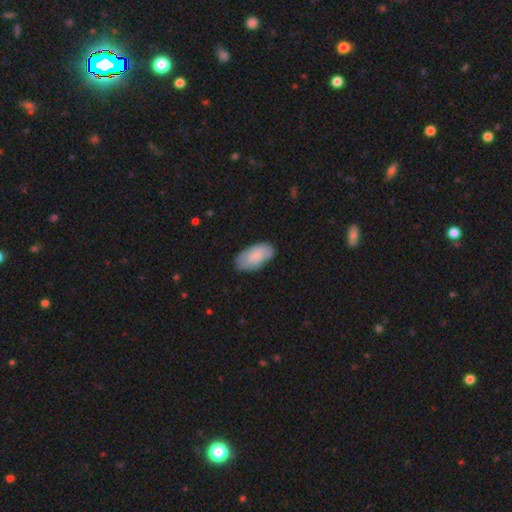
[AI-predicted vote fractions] This appears to be a smooth galaxy with no disk features (73%) that is in between round and cigar-shaped (95%). Merging: none (78%).